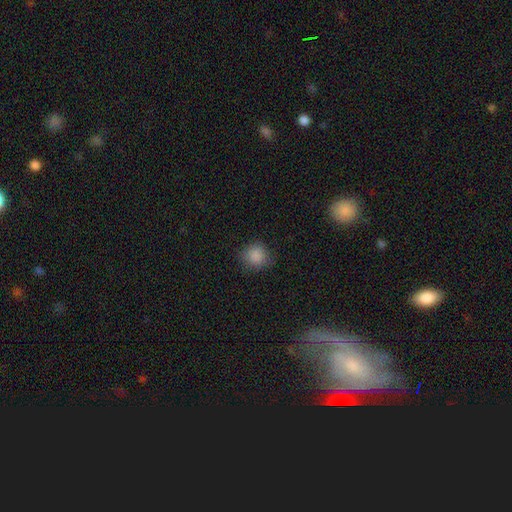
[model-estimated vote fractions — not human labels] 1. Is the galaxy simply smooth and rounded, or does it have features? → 87% smooth, 10% star or artifact, 3% featured or disk.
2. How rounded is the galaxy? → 88% round, 11% in between, 1% cigar-shaped.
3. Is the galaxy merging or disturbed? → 82% none, 13% minor disturbance, 4% major disturbance, 1% merger.